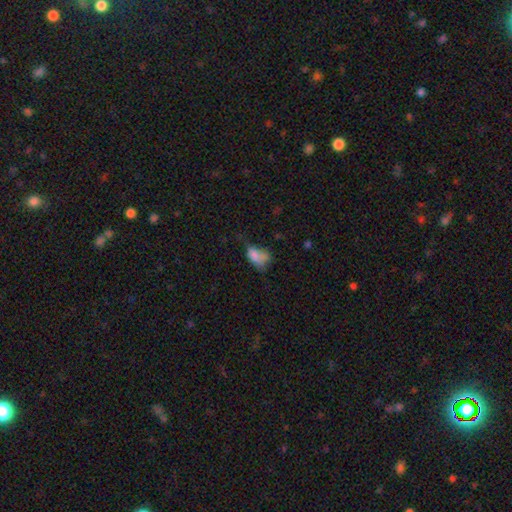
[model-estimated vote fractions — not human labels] smooth_or_featured: smooth (p=0.72) [alt: featured or disk p=0.16]
how_rounded: in between (p=0.85) [alt: round p=0.12]
merging: major disturbance (p=0.34) [alt: minor disturbance p=0.29]